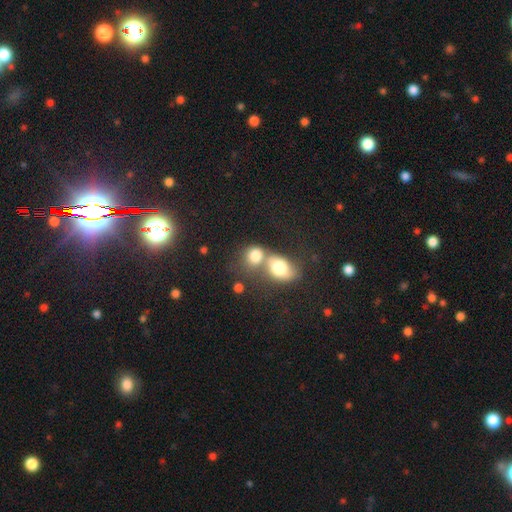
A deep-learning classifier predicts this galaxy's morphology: Q: Smooth or featured?
A: smooth (76%); runner-up: featured or disk (14%)
Q: How rounded?
A: in between (50%); runner-up: round (48%)
Q: Merging?
A: merger (56%); runner-up: none (28%)